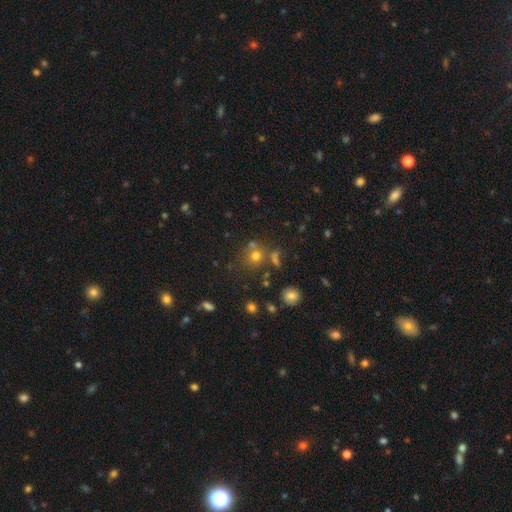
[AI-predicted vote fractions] smooth_or_featured: smooth (p=0.56) [alt: star or artifact p=0.33]
how_rounded: round (p=0.84) [alt: in between p=0.15]
merging: none (p=0.62) [alt: merger p=0.23]